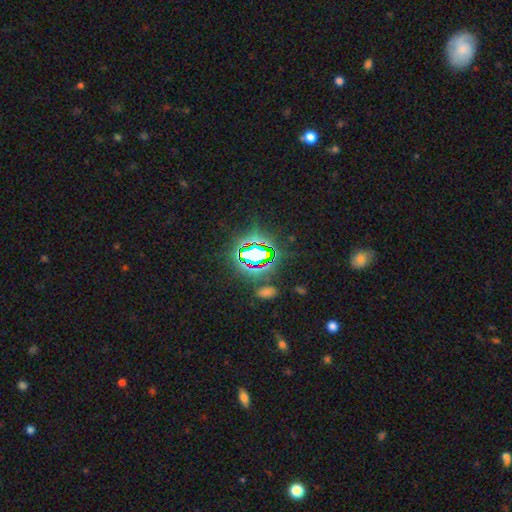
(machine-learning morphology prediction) The model was most divided on "smooth or featured": star or artifact: 72%, smooth: 18%, featured or disk: 10%.